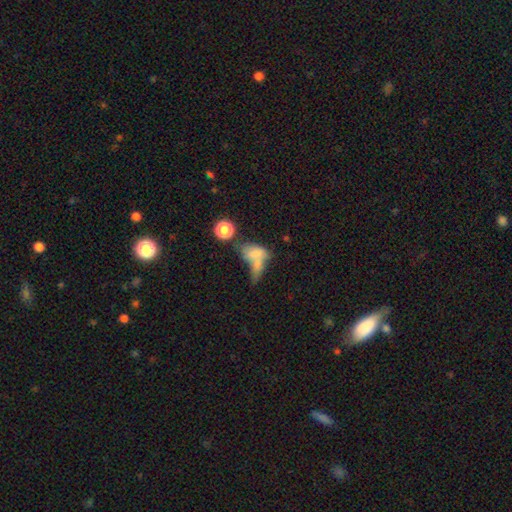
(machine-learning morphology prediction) A smooth galaxy with no disk features (63%) that is in between round and cigar-shaped (76%).

Vote fractions:
- Smooth or featured? smooth: 63% / featured or disk: 24% / star or artifact: 13%
- How rounded? in between: 76% / round: 14% / cigar-shaped: 9%
- Merging? merger: 48% / major disturbance: 21% / none: 18% / minor disturbance: 13%